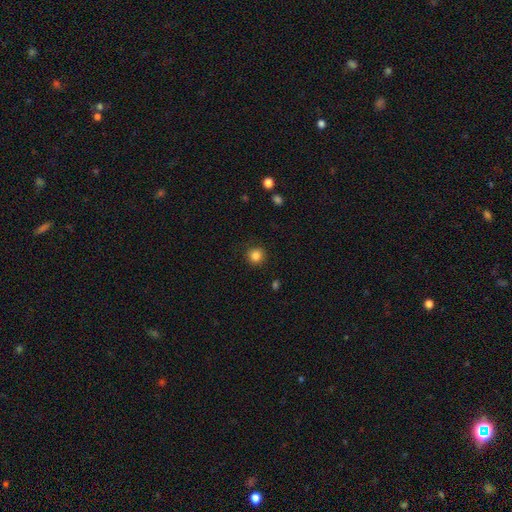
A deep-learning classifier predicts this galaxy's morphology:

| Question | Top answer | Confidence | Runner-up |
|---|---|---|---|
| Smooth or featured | smooth | 85% | star or artifact (12%) |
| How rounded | round | 93% | in between (6%) |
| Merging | none | 89% | minor disturbance (8%) |